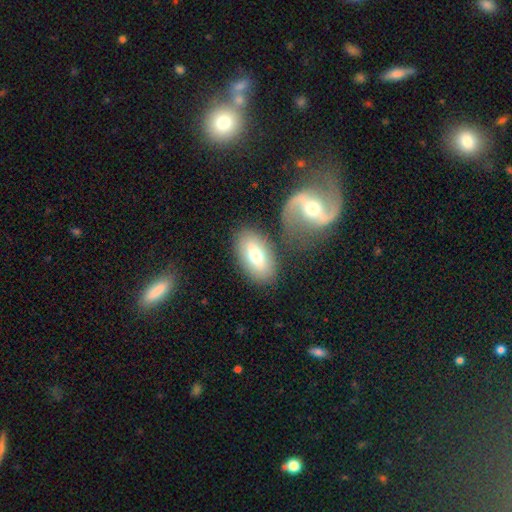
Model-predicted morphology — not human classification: type=smooth (65%); roundness=in between (92%); merging=none (70%).